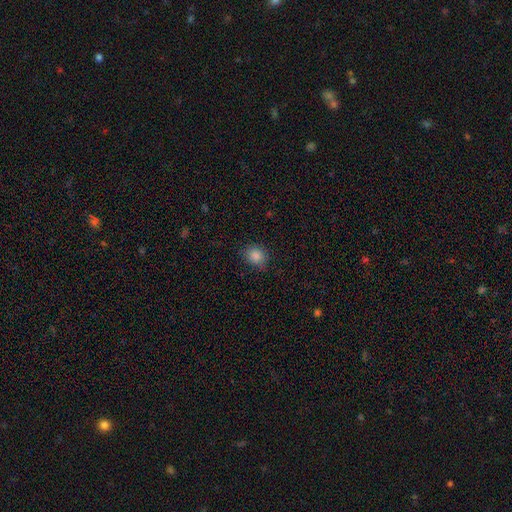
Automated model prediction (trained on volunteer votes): Smooth or featured?
  - smooth: 86% *
  - star or artifact: 10%
  - featured or disk: 4%
How rounded?
  - round: 75% *
  - in between: 24%
  - cigar-shaped: 1%
Merging?
  - none: 81% *
  - minor disturbance: 15%
  - major disturbance: 3%
  - merger: 1%